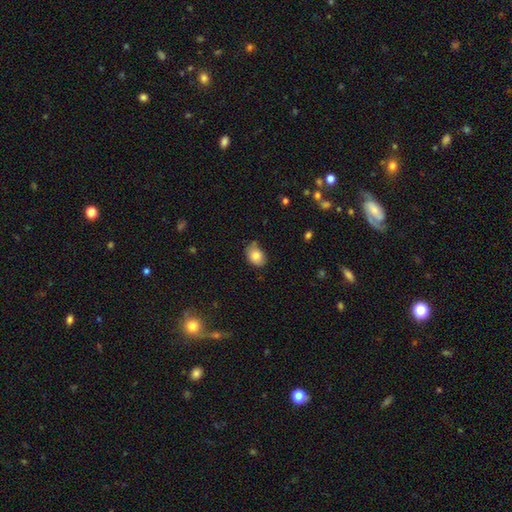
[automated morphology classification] Overall: smooth (82%). How rounded: in between (67%; round 32%). Merging: none (67%).